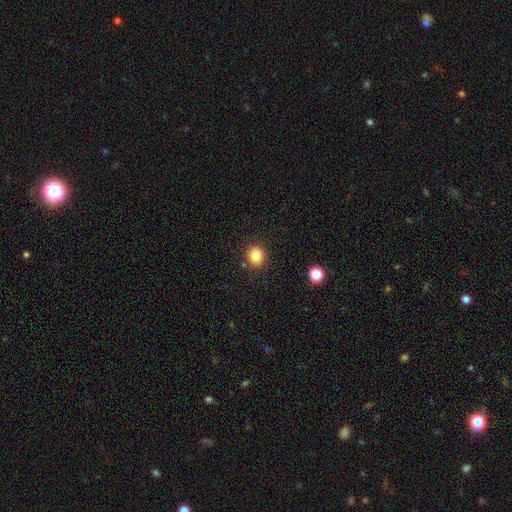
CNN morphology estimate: smooth-or-featured: smooth: 86% | star or artifact: 10% | featured or disk: 4%
  how-rounded: round: 76% | in between: 23% | cigar-shaped: 1%
  merging: none: 86% | minor disturbance: 8% | major disturbance: 3% | merger: 3%